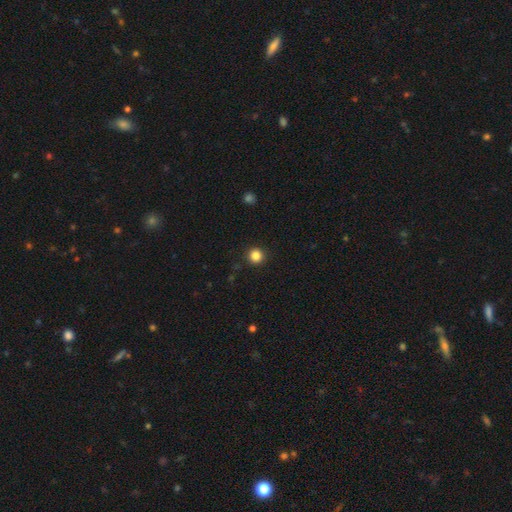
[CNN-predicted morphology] Smooth or featured? smooth (85%)
How rounded? round (95%)
Merging? none (92%)